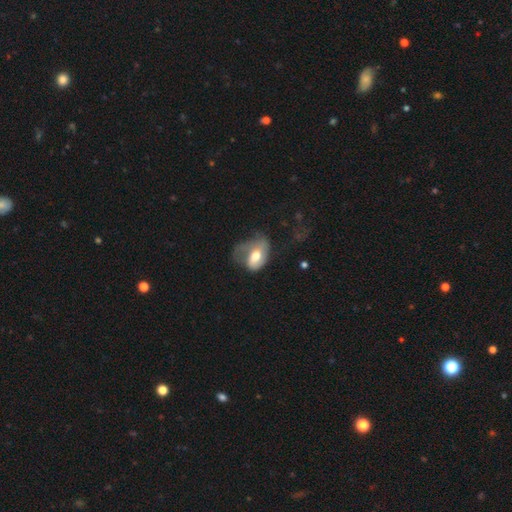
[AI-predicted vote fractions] Smooth or featured: smooth — 53% (featured or disk — 40%)
How rounded: in between — 81% (round — 17%)
Merging: major disturbance — 48% (minor disturbance — 28%)